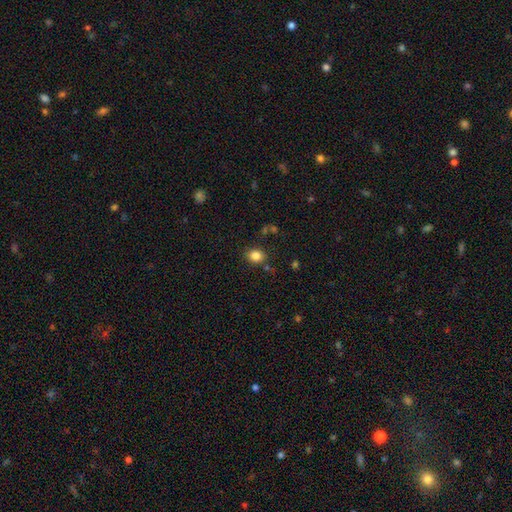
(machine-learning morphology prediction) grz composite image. It shows a smooth galaxy with no disk features (84%) that is round (58%). Merging: none (82%).